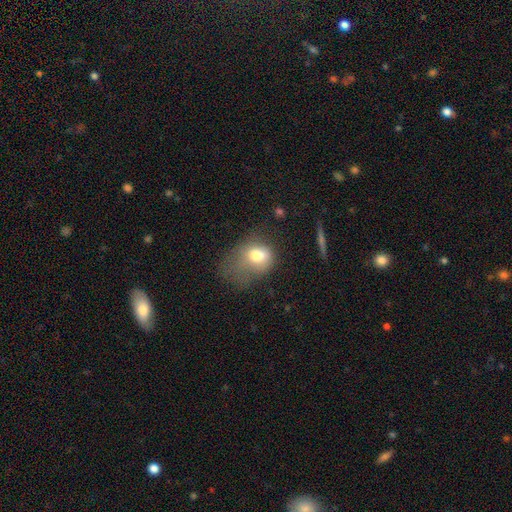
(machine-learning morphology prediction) Smooth or featured? Predicted: smooth (p=0.69). How rounded? Predicted: in between (p=0.70). Merging? Predicted: major disturbance (p=0.48).